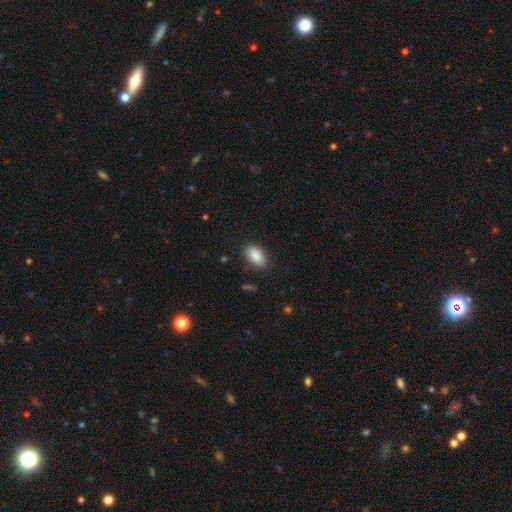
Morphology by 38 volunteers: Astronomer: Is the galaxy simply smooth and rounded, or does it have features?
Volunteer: smooth — 82%.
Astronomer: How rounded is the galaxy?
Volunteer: in between — 94%.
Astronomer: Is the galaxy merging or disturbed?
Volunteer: none — 80%.